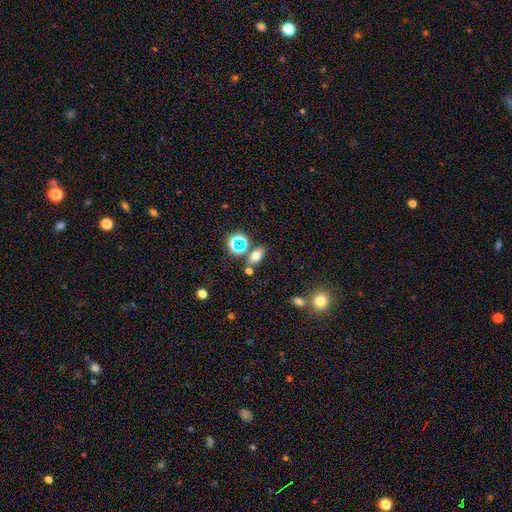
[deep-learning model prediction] The model was most divided on "smooth or featured": smooth: 66%, star or artifact: 20%, featured or disk: 14%. More confident: how rounded — in between (80%); merging — none (72%).